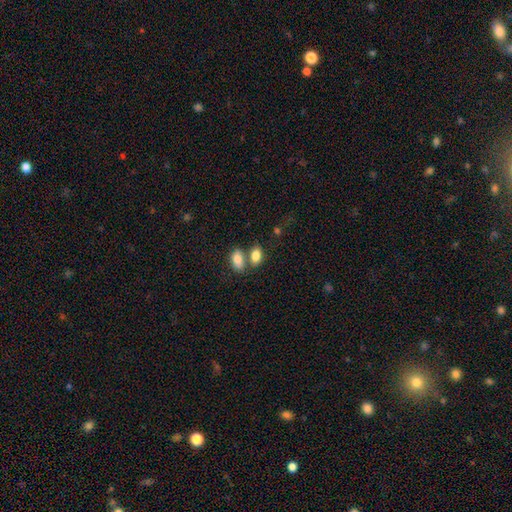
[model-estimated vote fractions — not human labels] Q: Smooth or featured?
A: smooth (85%); runner-up: featured or disk (8%)
Q: How rounded?
A: in between (90%); runner-up: round (8%)
Q: Merging?
A: none (44%); runner-up: merger (43%)